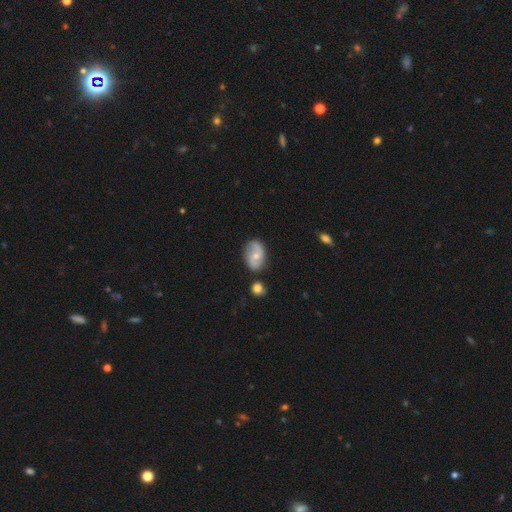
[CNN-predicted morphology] smooth-or-featured: featured or disk: 60% | smooth: 33% | star or artifact: 7%
  disk-edge-on: no: 96% | yes: 4%
    bar: no: 57% | weak: 36% | strong: 7%
    has-spiral-arms: yes: 85% | no: 15%
    bulge-size: moderate: 50% | small: 45% | none: 2% | large: 2% | dominant: 1%
  merging: none: 72% | minor disturbance: 18% | merger: 5% | major disturbance: 4%